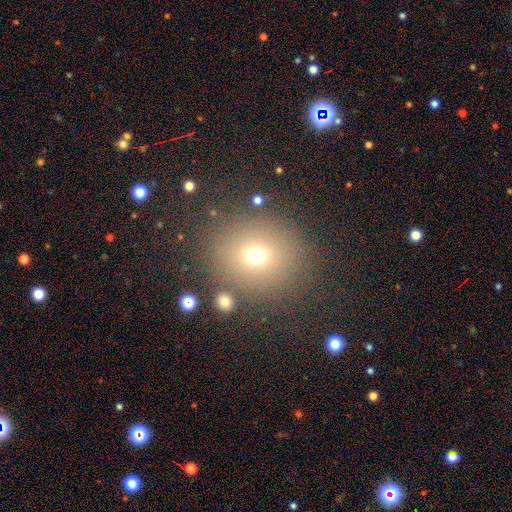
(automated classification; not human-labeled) Smooth or featured? Predicted: smooth (p=0.69). How rounded? Predicted: round (p=0.83). Merging? Predicted: none (p=0.82).